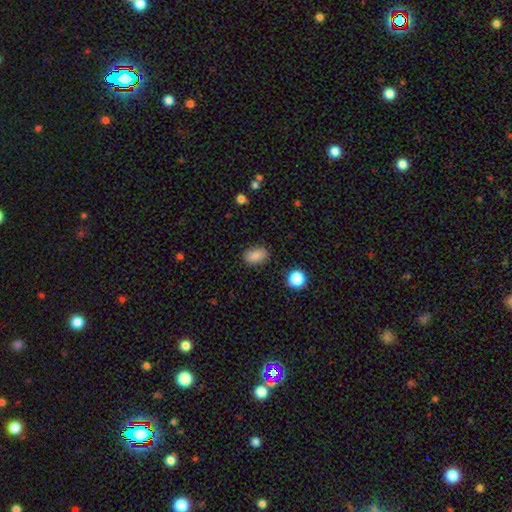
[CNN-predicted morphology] The model was most divided on "how rounded": in between: 84%, round: 15%, cigar-shaped: 2%. More confident: smooth or featured — smooth (85%); merging — none (84%).